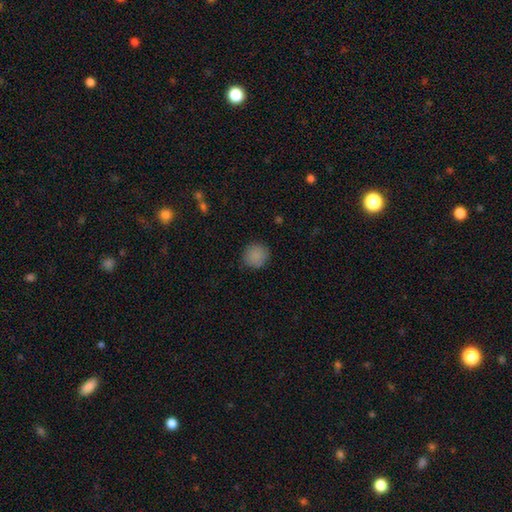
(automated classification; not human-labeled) This is clearly a smooth galaxy (86%). How rounded: clearly round (90%). Merging: clearly none (85%).